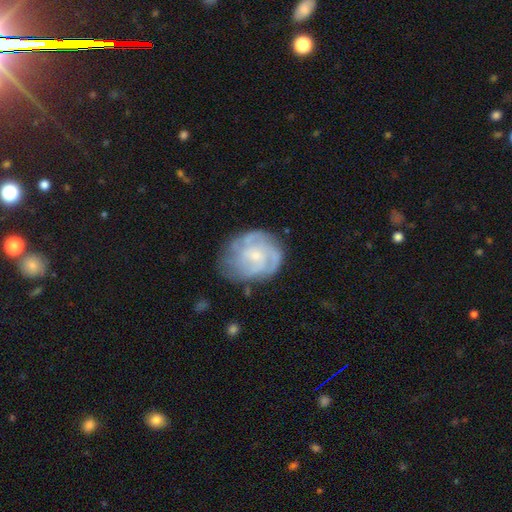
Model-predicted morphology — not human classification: type=featured or disk (73%); edge-on=no (98%); bar=no (65%); spiral arms=yes (87%); winding=tight (52%); arm count=can't tell (37%); bulge=small (58%); merging=none (64%).